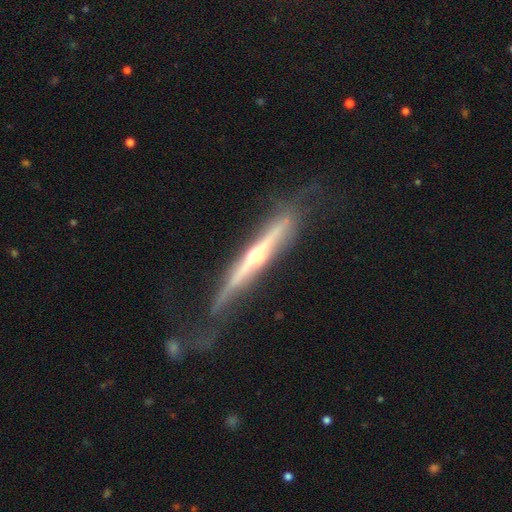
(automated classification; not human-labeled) Morphology: type=featured or disk (82%); edge-on=yes (93%); edge-on bulge=rounded (79%); merging=none (51%).